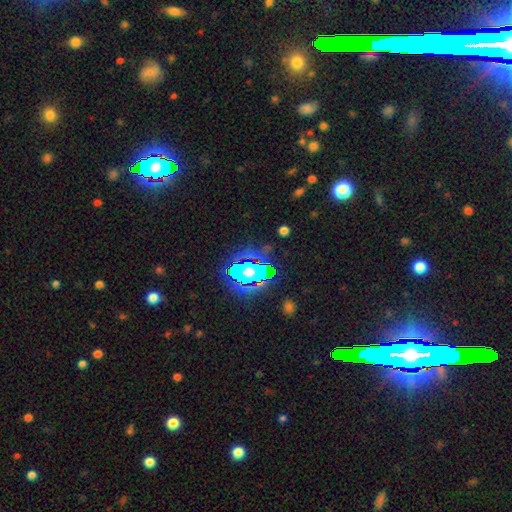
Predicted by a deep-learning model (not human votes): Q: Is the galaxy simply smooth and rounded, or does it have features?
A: star or artifact — 80%.